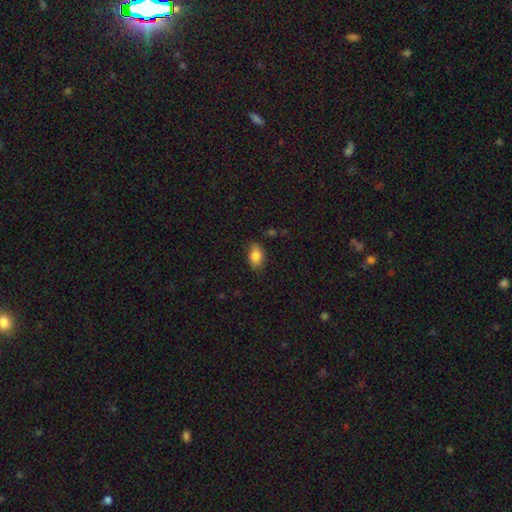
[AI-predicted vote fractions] Morphology: type=smooth (83%); roundness=in between (86%); merging=none (77%).